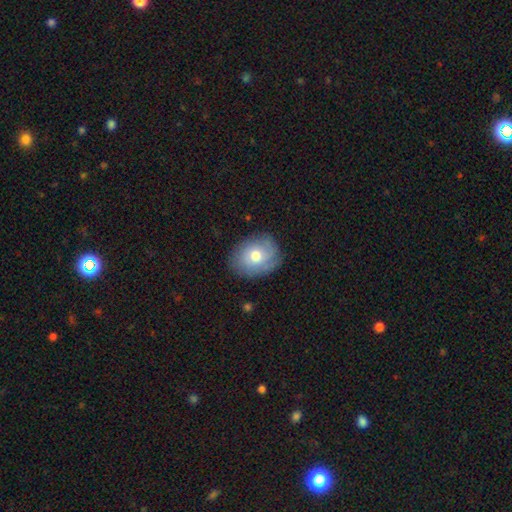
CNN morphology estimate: Overall: smooth (60%; featured or disk 32%). How rounded: in between (52%; round 47%). Merging: none (78%).